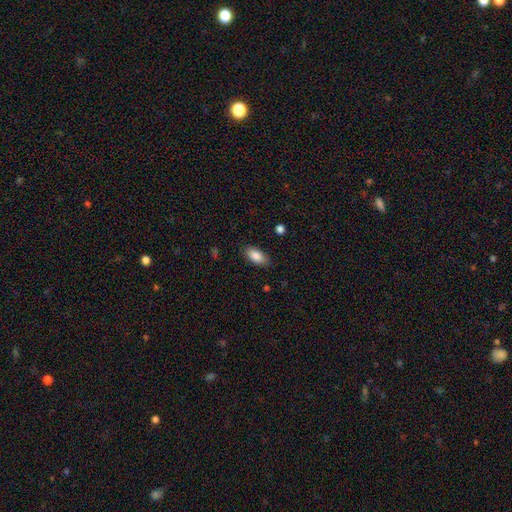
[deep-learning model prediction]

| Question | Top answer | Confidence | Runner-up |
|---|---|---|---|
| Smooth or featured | smooth | 87% | star or artifact (7%) |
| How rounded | in between | 91% | cigar-shaped (6%) |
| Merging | none | 85% | minor disturbance (11%) |